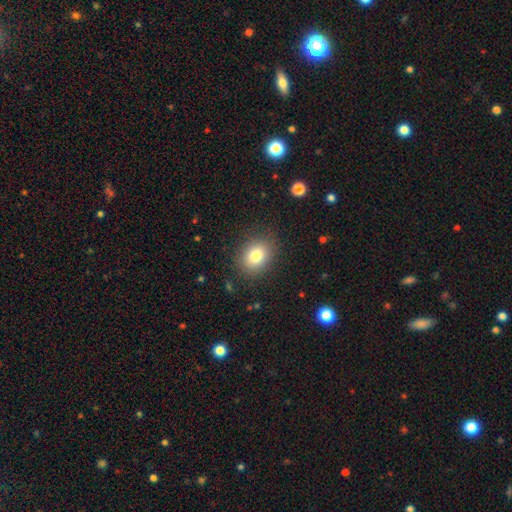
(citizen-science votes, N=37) Overall: smooth (84%). How rounded: round (55%; in between 42%). Merging: none (86%).